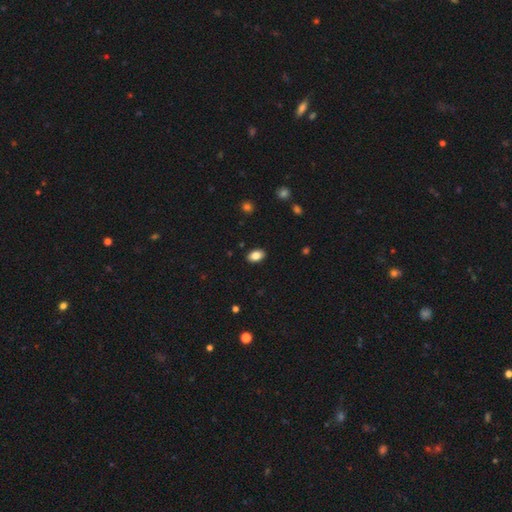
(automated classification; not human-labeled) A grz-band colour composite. It shows a smooth galaxy with no disk features (84%) that is in between round and cigar-shaped (88%). Merging: none (89%).